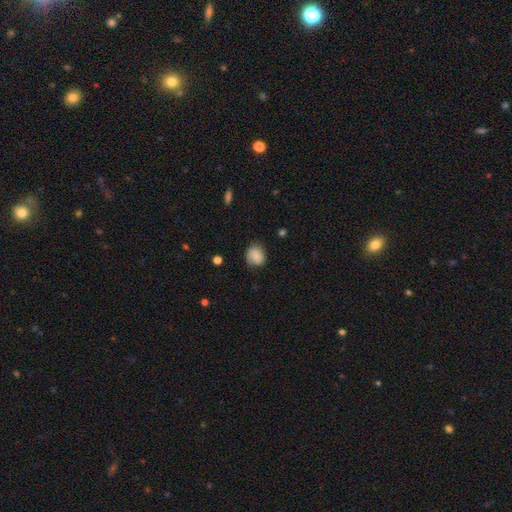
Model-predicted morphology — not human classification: Smooth or featured? smooth (73%)
How rounded? round (68%)
Merging? none (66%)